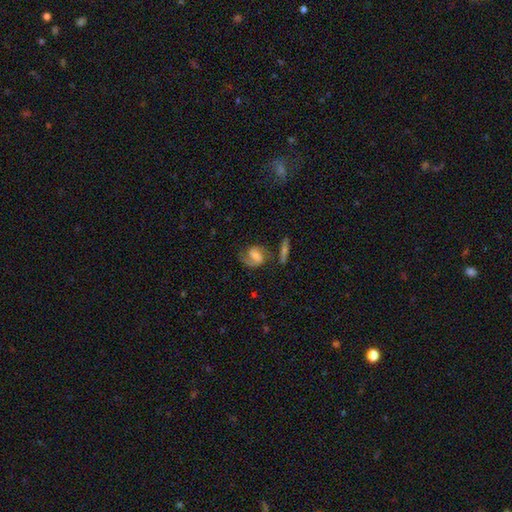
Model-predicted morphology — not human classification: Q: Smooth or featured?
A: featured or disk (68%); runner-up: smooth (24%)
Q: Edge-on disk?
A: no (96%); runner-up: yes (4%)
Q: Bar?
A: weak (46%); runner-up: no (27%)
Q: Spiral arms?
A: yes (91%); runner-up: no (9%)
Q: Spiral winding?
A: medium (49%); runner-up: loose (30%)
Q: Spiral arm count?
A: 2 (69%); runner-up: 1 (23%)
Q: Bulge size?
A: moderate (34%); runner-up: small (28%)
Q: Merging?
A: none (57%); runner-up: minor disturbance (19%)